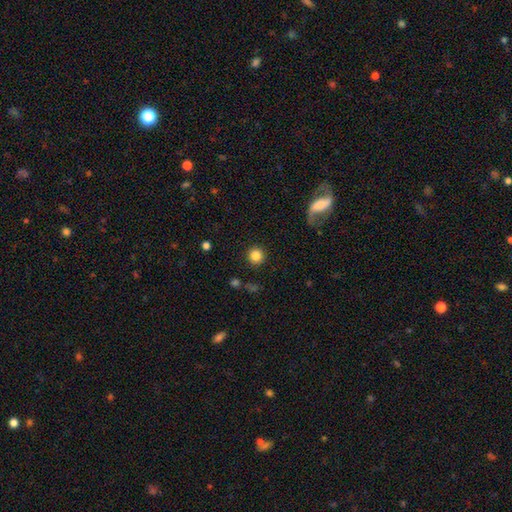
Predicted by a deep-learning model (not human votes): Smooth or featured? smooth (84%)
How rounded? round (95%)
Merging? none (91%)